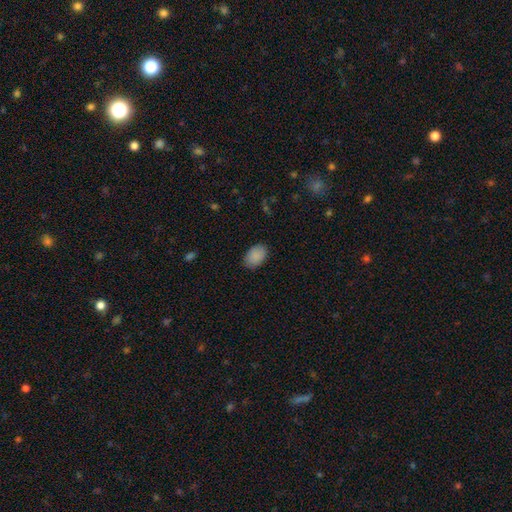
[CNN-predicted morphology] Smooth or featured?
  - smooth: 90% *
  - star or artifact: 7%
  - featured or disk: 4%
How rounded?
  - in between: 89% *
  - round: 10%
  - cigar-shaped: 1%
Merging?
  - none: 86% *
  - minor disturbance: 11%
  - major disturbance: 2%
  - merger: 1%